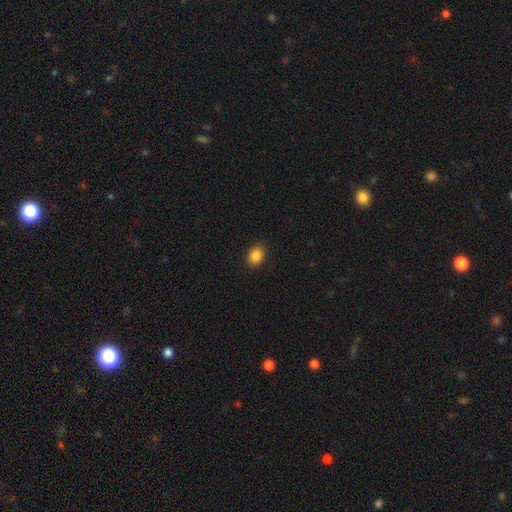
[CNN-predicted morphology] Smooth or featured? Predicted: smooth (p=0.87). How rounded? Predicted: in between (p=0.72). Merging? Predicted: none (p=0.90).